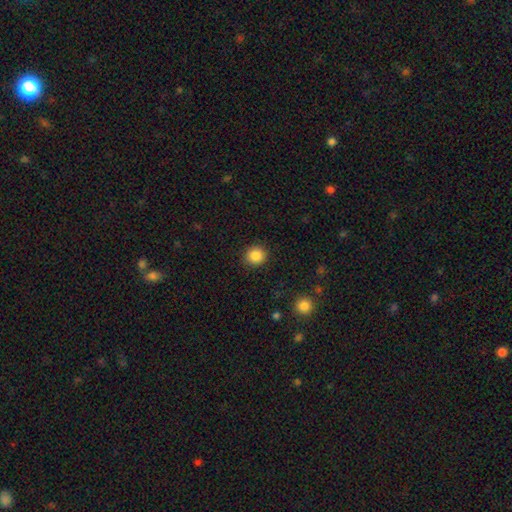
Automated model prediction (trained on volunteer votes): Overall: smooth (86%). How rounded: round (86%). Merging: none (90%).